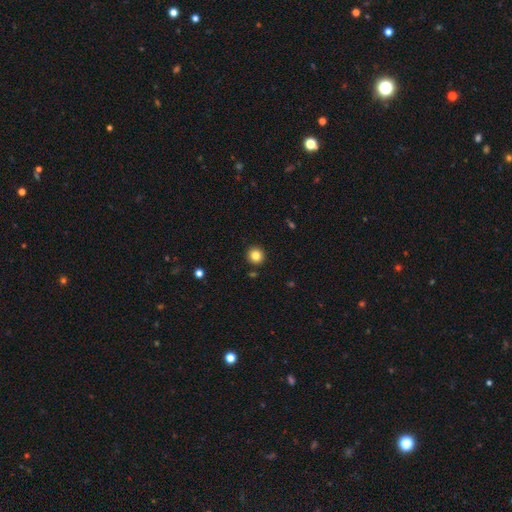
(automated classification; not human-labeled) Smooth or featured: smooth — 84% (star or artifact — 11%)
How rounded: round — 93% (in between — 6%)
Merging: none — 91% (minor disturbance — 5%)